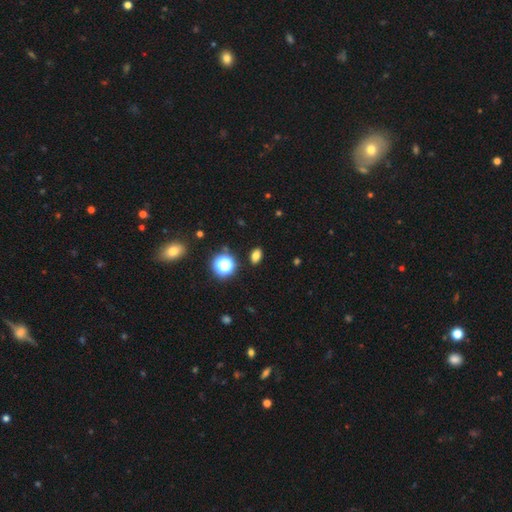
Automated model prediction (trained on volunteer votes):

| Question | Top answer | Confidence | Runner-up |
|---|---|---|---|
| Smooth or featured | smooth | 74% | star or artifact (19%) |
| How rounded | in between | 79% | round (18%) |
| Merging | none | 88% | minor disturbance (8%) |